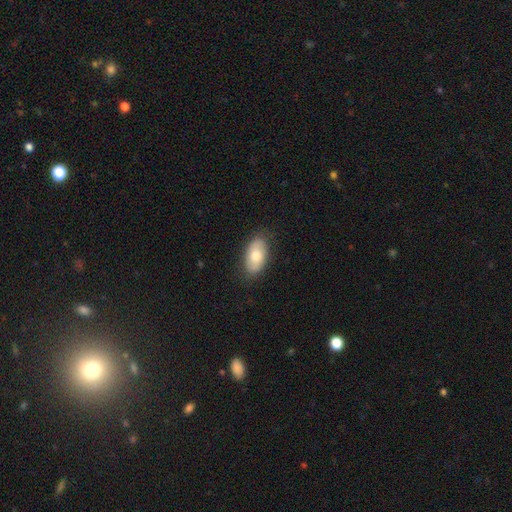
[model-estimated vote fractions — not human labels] The model was most divided on "smooth or featured": smooth: 70%, featured or disk: 24%, star or artifact: 6%. More confident: how rounded — in between (93%); merging — none (84%).